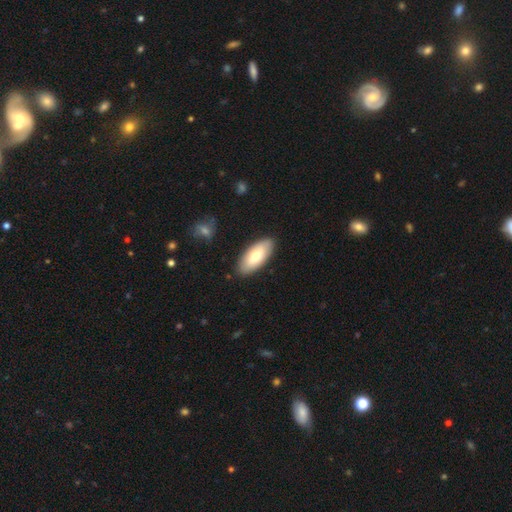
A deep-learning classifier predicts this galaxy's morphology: Smooth or featured? Predicted: smooth (p=0.73). How rounded? Predicted: in between (p=0.87). Merging? Predicted: none (p=0.87).